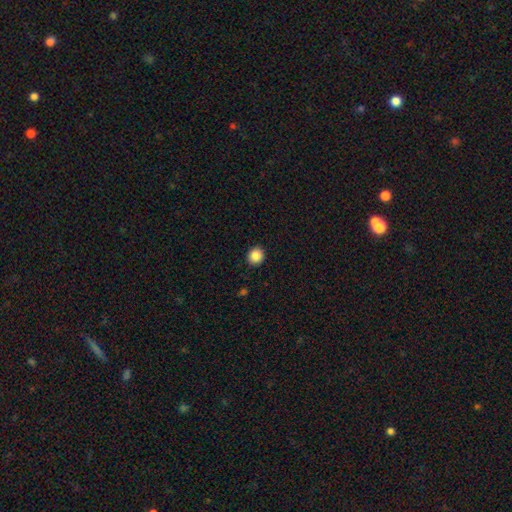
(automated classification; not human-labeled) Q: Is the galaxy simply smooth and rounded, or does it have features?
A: smooth — 87%.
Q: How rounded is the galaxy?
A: round — 88%.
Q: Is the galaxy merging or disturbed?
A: none — 92%.